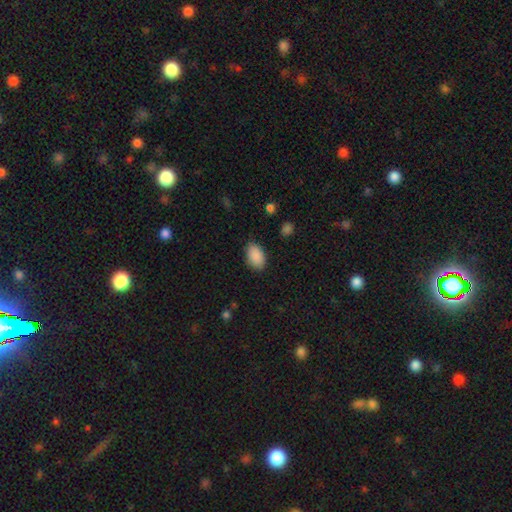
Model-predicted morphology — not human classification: A smooth galaxy with no disk features (90%) that is in between round and cigar-shaped (92%).

Vote fractions:
- Smooth or featured? smooth: 90% / star or artifact: 7% / featured or disk: 3%
- How rounded? in between: 92% / round: 6% / cigar-shaped: 1%
- Merging? none: 86% / minor disturbance: 11% / major disturbance: 3% / merger: 1%